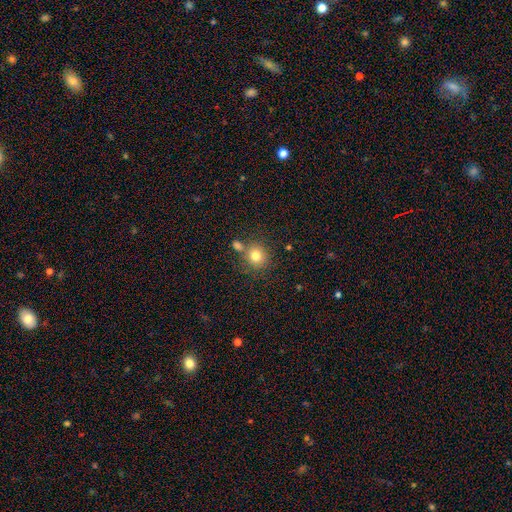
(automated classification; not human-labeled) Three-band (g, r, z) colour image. It shows a smooth galaxy with no disk features (80%) that is round (86%). Merging: none (68%).